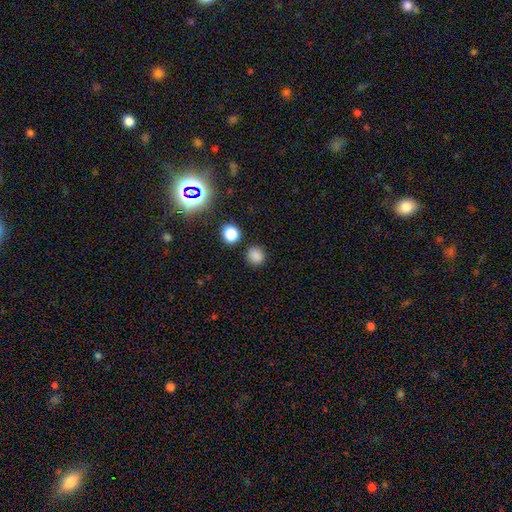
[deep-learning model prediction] Q: Smooth or featured?
A: smooth (82%); runner-up: star or artifact (14%)
Q: How rounded?
A: round (84%); runner-up: in between (14%)
Q: Merging?
A: none (85%); runner-up: minor disturbance (8%)